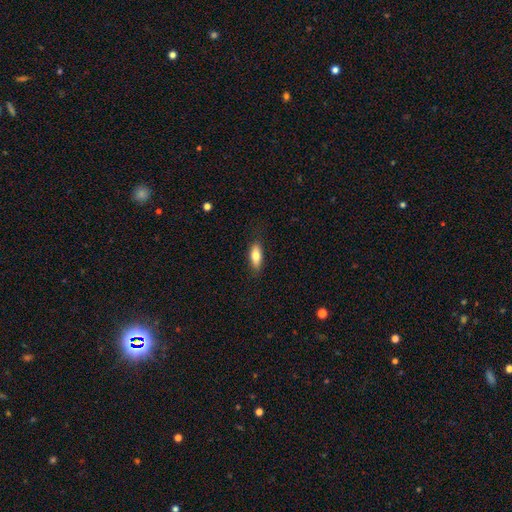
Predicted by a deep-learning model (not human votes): Morphology: type=smooth (77%); roundness=in between (73%); merging=none (84%).